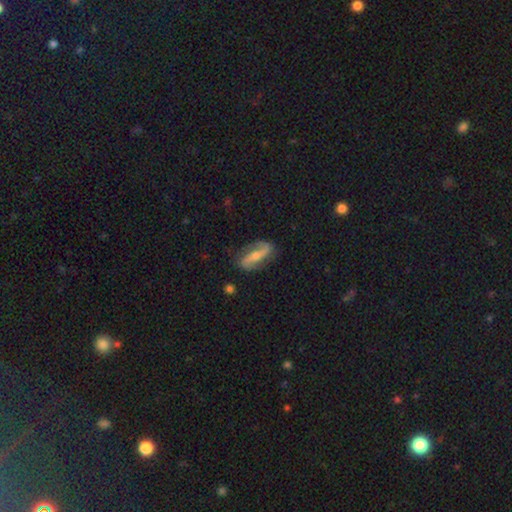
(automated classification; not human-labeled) Morphology: type=featured or disk (81%); edge-on=no (93%); bar=strong (44%); spiral arms=yes (93%); winding=loose (54%); arm count=2 (87%); bulge=small (48%); merging=none (76%).